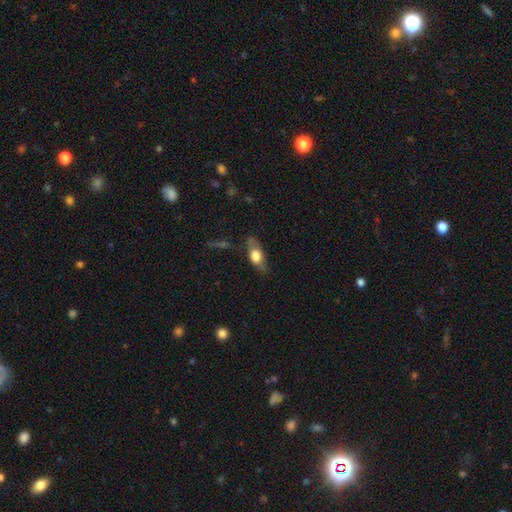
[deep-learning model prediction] smooth 58%, featured or disk 35%, star or artifact 7%. Down the decision tree: how rounded — in between (70%); merging — none (73%).